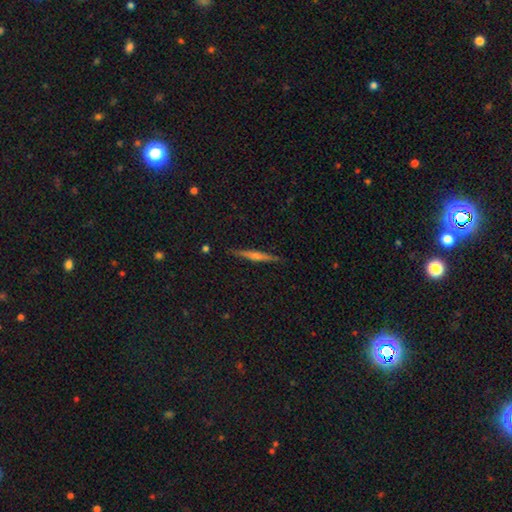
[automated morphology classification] Smooth or featured? featured or disk (66%)
Edge-on disk? yes (98%)
Edge-on bulge? rounded (68%)
Merging? none (90%)